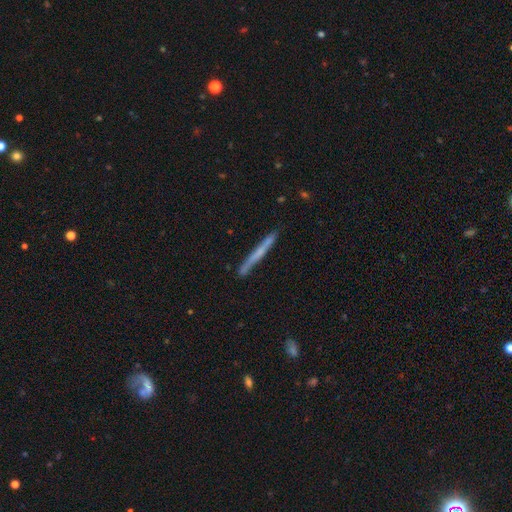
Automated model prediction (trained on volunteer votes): smooth-or-featured: featured or disk: 48% | smooth: 43% | star or artifact: 9%
  merging: none: 86% | minor disturbance: 10% | major disturbance: 2% | merger: 2%